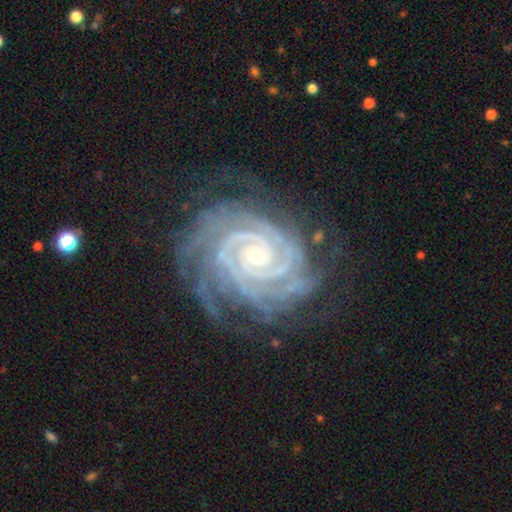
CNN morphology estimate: Smooth or featured: featured or disk — 92% (star or artifact — 5%)
Edge-on disk: no — 98% (yes — 2%)
Bar: no — 66% (weak — 22%)
Spiral arms: yes — 99% (no — 1%)
Spiral winding: tight — 86% (medium — 12%)
Spiral arm count: 2 — 24% (4 — 19%)
Bulge size: small — 69% (moderate — 28%)
Merging: none — 73% (minor disturbance — 18%)